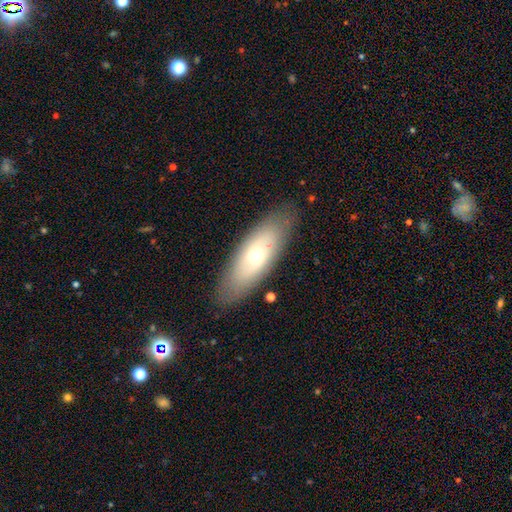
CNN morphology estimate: A smooth galaxy with no disk features (51%) that is in between round and cigar-shaped (70%). Merging: none (84%).